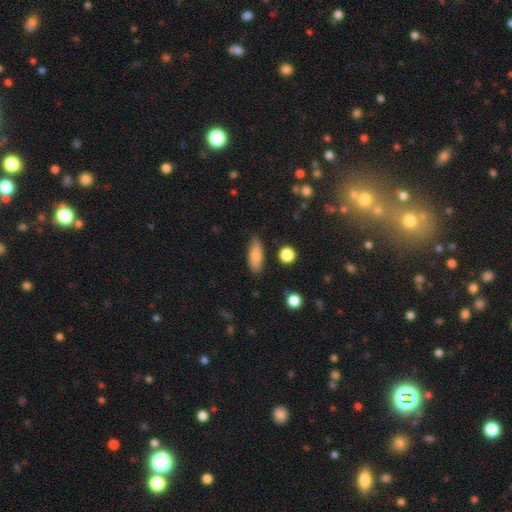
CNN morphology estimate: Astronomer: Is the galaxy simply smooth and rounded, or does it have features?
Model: smooth — 81%.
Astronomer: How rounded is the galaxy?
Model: in between — 69%.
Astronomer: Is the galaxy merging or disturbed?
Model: none — 80%.